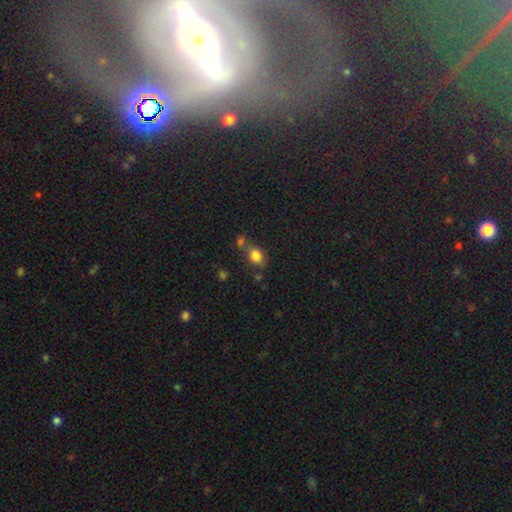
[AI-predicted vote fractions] Morphology: type=smooth (83%); roundness=in between (63%); merging=none (58%).